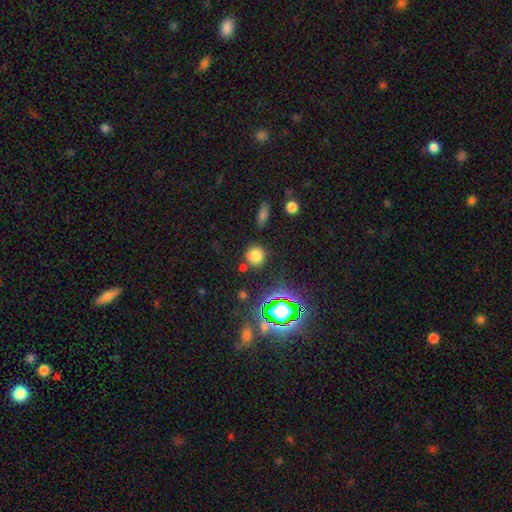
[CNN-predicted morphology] A smooth galaxy with no disk features (74%) that is round (90%).

Vote fractions:
- Smooth or featured? smooth: 74% / star or artifact: 19% / featured or disk: 7%
- How rounded? round: 90% / in between: 9% / cigar-shaped: 1%
- Merging? none: 80% / minor disturbance: 10% / merger: 7% / major disturbance: 3%